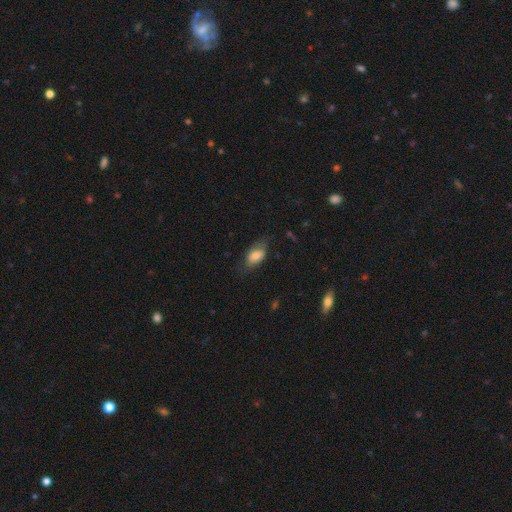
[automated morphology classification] This is likely a smooth galaxy (72%). How rounded: clearly in between (90%). Merging: possibly none (59%).